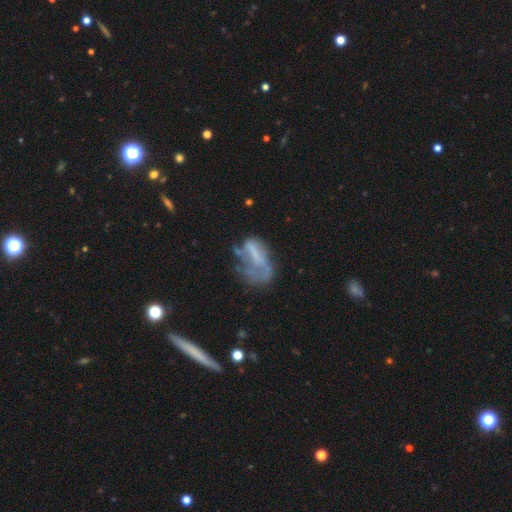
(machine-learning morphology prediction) A featured or disk galaxy (51%).

Vote fractions:
- Smooth or featured? featured or disk: 51% / smooth: 36% / star or artifact: 13%
- Edge-on disk? no: 94% / yes: 6%
- Merging? major disturbance: 43% / none: 26% / minor disturbance: 22% / merger: 9%